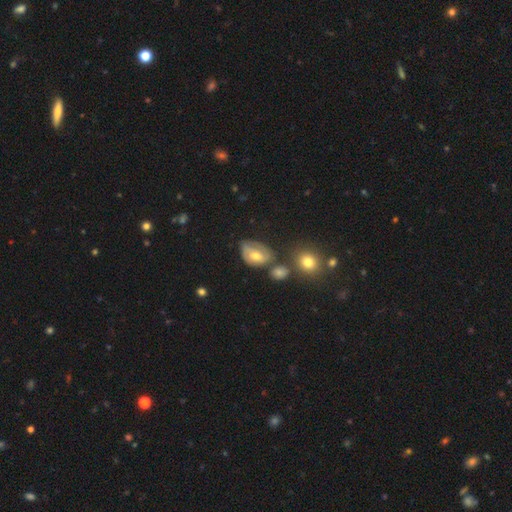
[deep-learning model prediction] Smooth or featured: smooth — 48% (featured or disk — 41%)
Merging: none — 43% (minor disturbance — 30%)